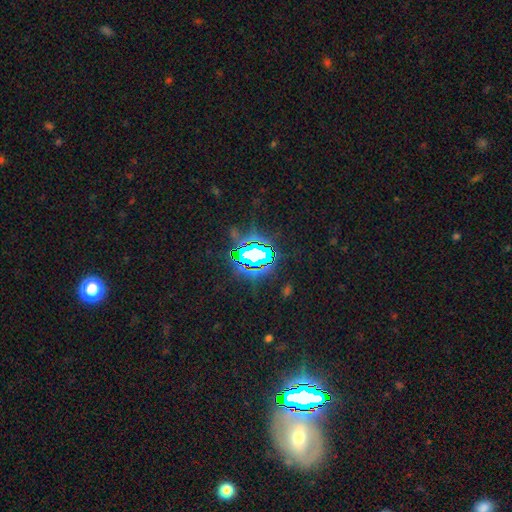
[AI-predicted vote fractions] smooth_or_featured: star or artifact (p=0.75) [alt: smooth p=0.13]